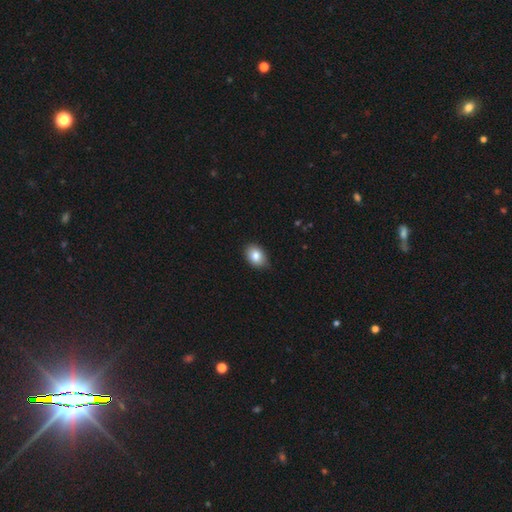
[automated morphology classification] The model was most divided on "how rounded": in between: 76%, round: 23%, cigar-shaped: 1%. More confident: smooth or featured — smooth (84%); merging — none (80%).